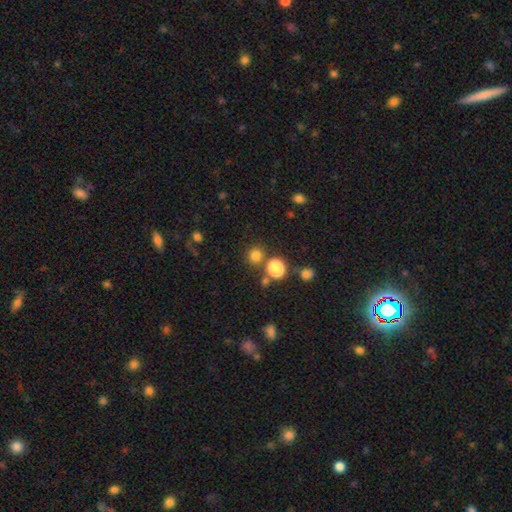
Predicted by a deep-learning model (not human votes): Overall: smooth (78%). How rounded: round (87%). Merging: none (77%).